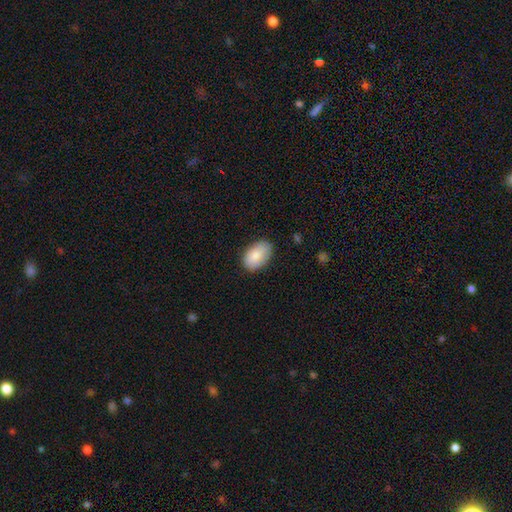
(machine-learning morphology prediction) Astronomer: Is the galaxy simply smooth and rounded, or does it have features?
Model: smooth — 85%.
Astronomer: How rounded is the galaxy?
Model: in between — 93%.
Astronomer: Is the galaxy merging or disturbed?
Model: none — 80%.